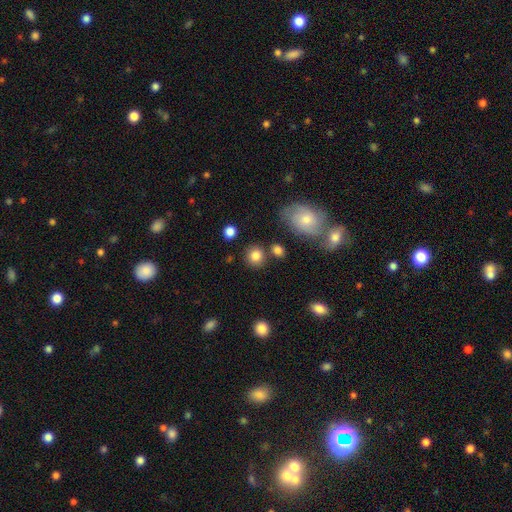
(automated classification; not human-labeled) smooth 83%, star or artifact 10%, featured or disk 7%. Down the decision tree: how rounded — round (85%); merging — none (79%).